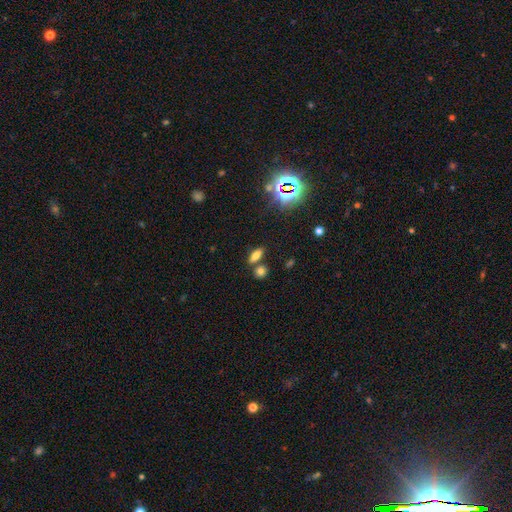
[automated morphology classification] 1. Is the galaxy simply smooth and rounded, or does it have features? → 67% smooth, 19% star or artifact, 14% featured or disk.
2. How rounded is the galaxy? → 69% in between, 22% cigar-shaped, 9% round.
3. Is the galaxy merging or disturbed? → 69% none, 18% merger, 10% minor disturbance, 4% major disturbance.